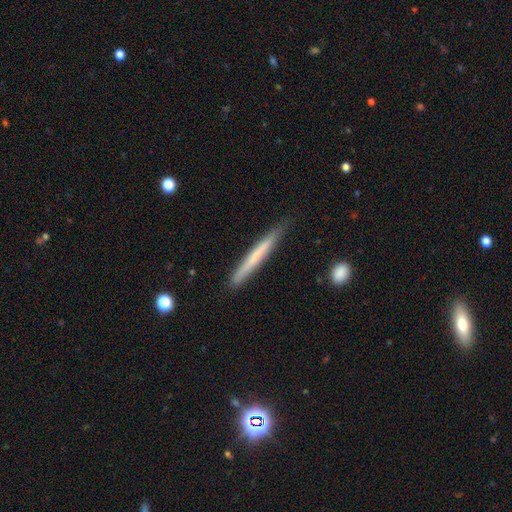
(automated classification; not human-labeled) The model was most divided on "smooth or featured": smooth: 61%, featured or disk: 33%, star or artifact: 6%. More confident: how rounded — cigar-shaped (97%); merging — none (84%).